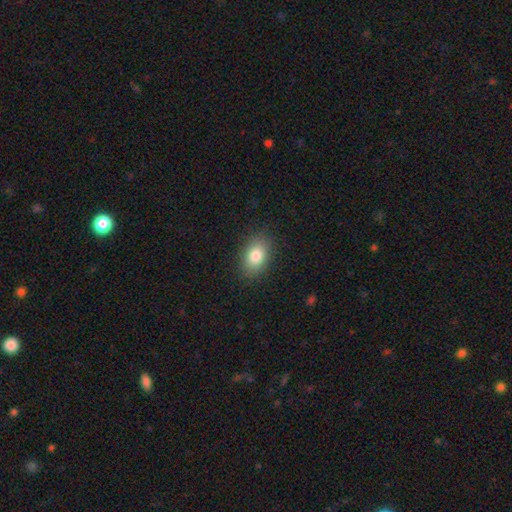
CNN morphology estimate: smooth-or-featured: smooth: 82% | featured or disk: 9% | star or artifact: 8%
  how-rounded: in between: 85% | round: 13% | cigar-shaped: 2%
  merging: none: 86% | minor disturbance: 10% | major disturbance: 3% | merger: 1%